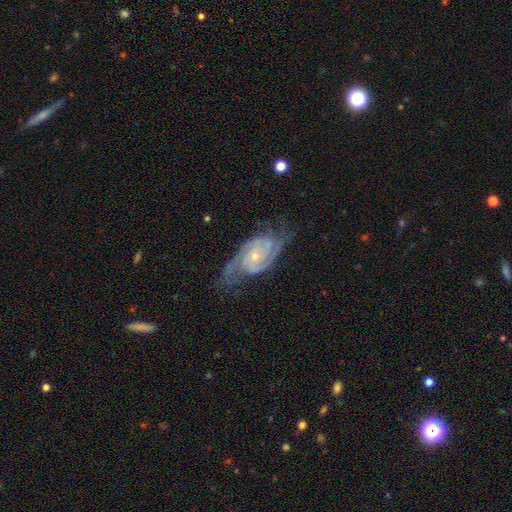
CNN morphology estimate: The model was most divided on "spiral winding": tight: 46%, medium: 43%, loose: 11%. More confident: spiral arms — yes (97%); edge-on disk — no (96%); smooth or featured — featured or disk (89%); bulge size — small (71%); bar — no (68%); merging — none (67%); spiral arm count — 2 (64%).